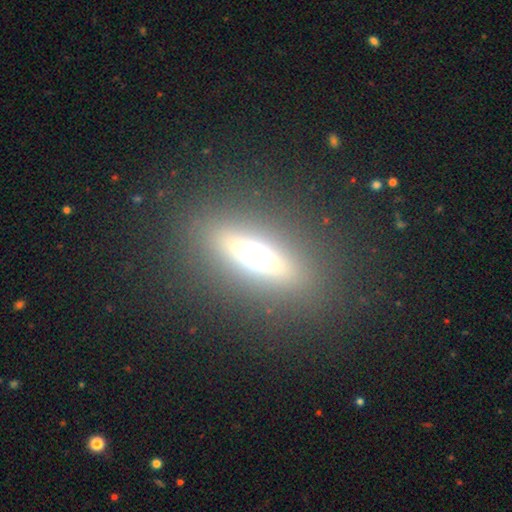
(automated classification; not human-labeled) This is possibly a featured or disk galaxy (47%). Merging: clearly none (87%).